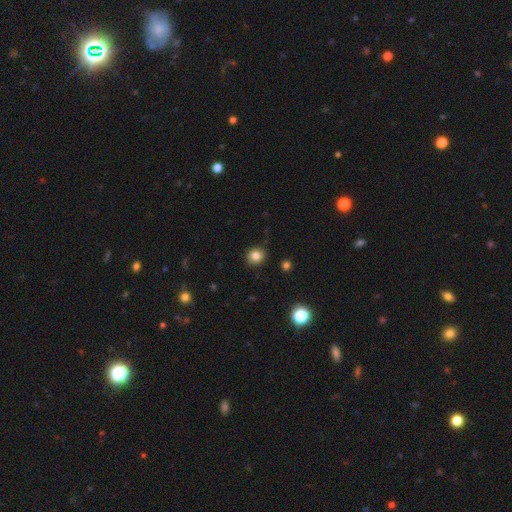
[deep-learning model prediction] Smooth or featured? Predicted: smooth (p=0.82). How rounded? Predicted: round (p=0.84). Merging? Predicted: none (p=0.91).